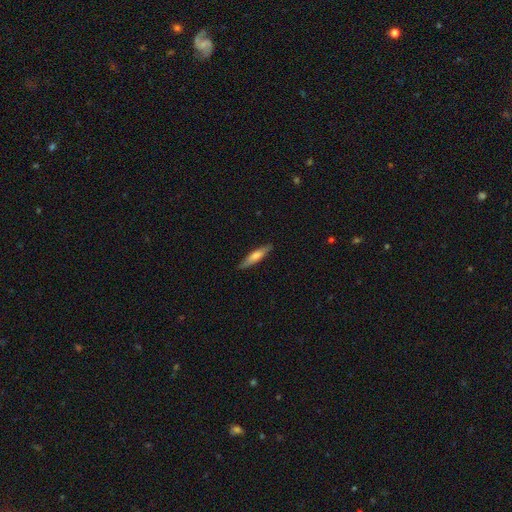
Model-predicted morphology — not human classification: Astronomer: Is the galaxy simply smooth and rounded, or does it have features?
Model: smooth — 58% (runner-up: featured or disk, 37%).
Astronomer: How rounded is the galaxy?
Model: cigar-shaped — 83%.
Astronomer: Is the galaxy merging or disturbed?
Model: none — 88%.